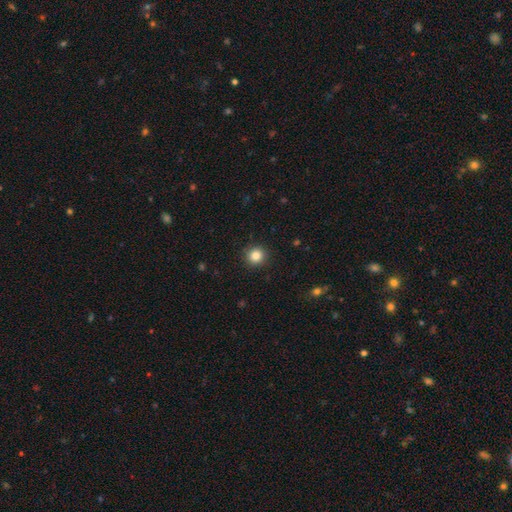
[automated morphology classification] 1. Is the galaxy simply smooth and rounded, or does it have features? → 84% smooth, 11% star or artifact, 5% featured or disk.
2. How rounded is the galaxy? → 93% round, 6% in between, 1% cigar-shaped.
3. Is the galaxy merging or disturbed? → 92% none, 5% minor disturbance, 2% major disturbance, 1% merger.